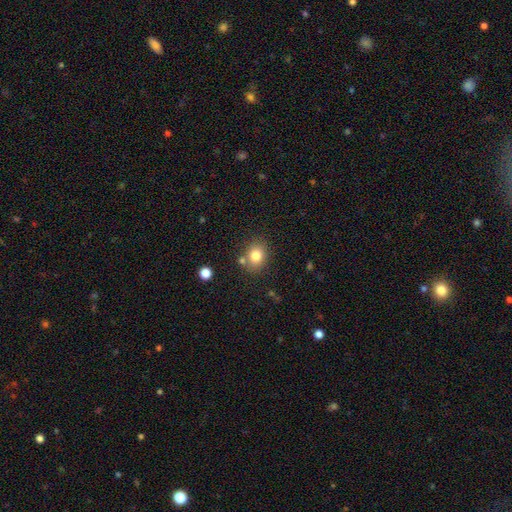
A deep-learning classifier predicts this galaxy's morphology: The model was most divided on "how rounded": round: 55%, in between: 44%, cigar-shaped: 1%. More confident: smooth or featured — smooth (81%); merging — none (74%).